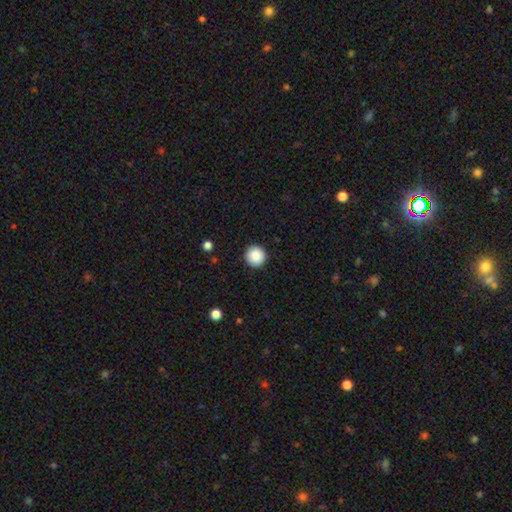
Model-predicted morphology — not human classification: Overall: smooth (88%). How rounded: round (95%). Merging: none (92%).